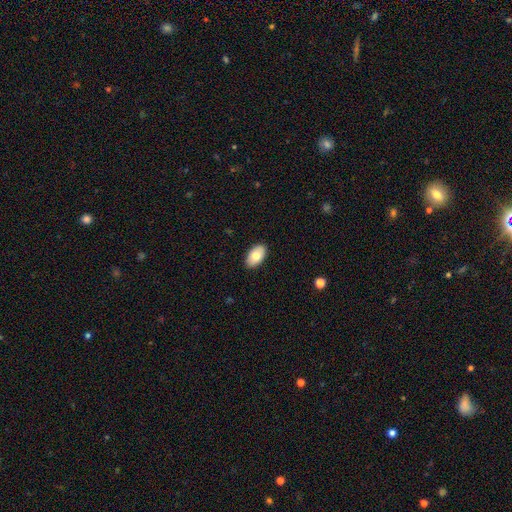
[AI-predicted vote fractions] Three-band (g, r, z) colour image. It shows a smooth galaxy with no disk features (78%) that is in between round and cigar-shaped (94%). Merging: none (89%).